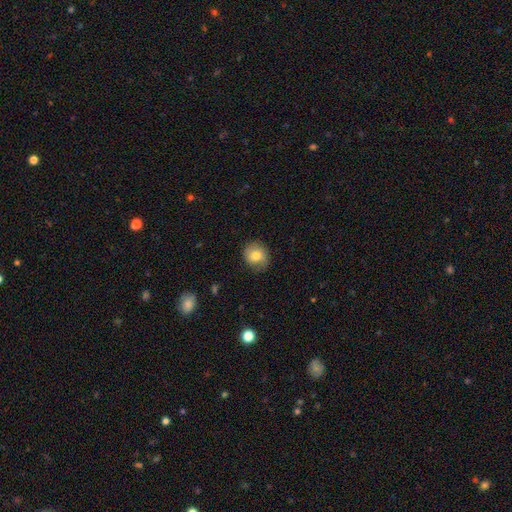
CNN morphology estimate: Smooth or featured? smooth (72%)
How rounded? round (78%)
Merging? none (76%)